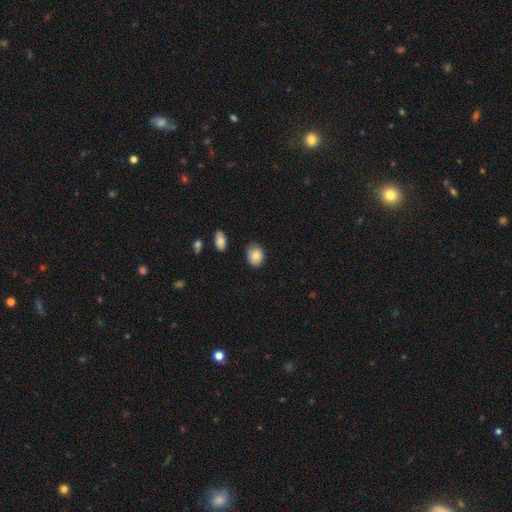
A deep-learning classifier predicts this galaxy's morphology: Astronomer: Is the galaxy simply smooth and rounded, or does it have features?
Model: smooth — 84%.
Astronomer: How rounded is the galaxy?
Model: in between — 58% (runner-up: round, 41%).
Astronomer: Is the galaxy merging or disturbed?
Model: none — 69%.